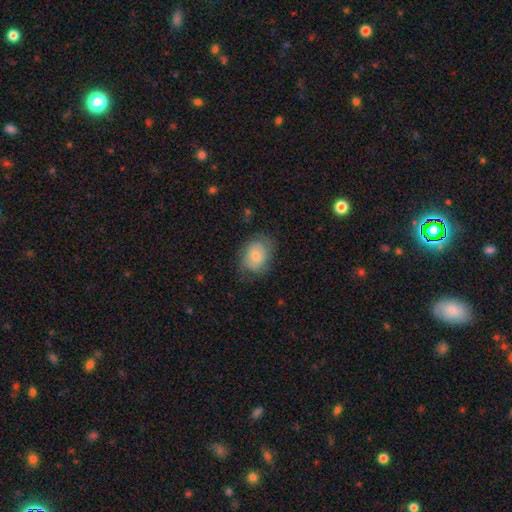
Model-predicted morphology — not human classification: Smooth or featured?
  - smooth: 60% *
  - featured or disk: 32%
  - star or artifact: 8%
How rounded?
  - in between: 58% *
  - round: 41%
  - cigar-shaped: 1%
Merging?
  - none: 68% *
  - minor disturbance: 22%
  - major disturbance: 9%
  - merger: 1%